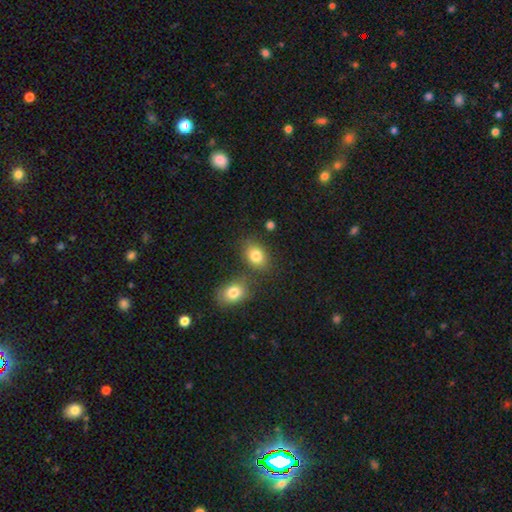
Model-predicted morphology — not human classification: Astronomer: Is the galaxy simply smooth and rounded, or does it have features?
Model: smooth — 82%.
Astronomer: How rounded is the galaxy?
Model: in between — 73%.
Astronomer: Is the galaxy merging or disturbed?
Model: none — 67%.